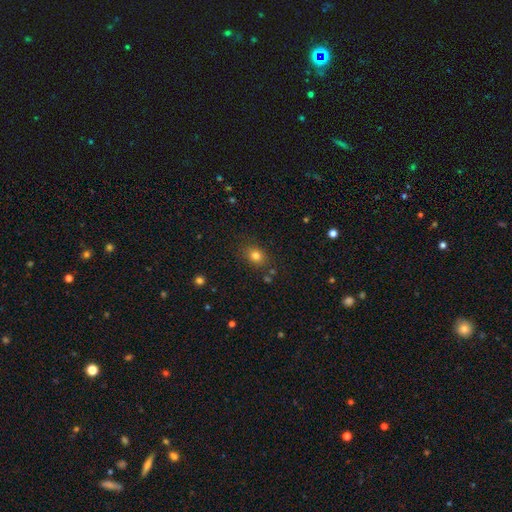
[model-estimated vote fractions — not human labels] The model was most divided on "how rounded": round: 54%, in between: 45%, cigar-shaped: 1%. More confident: merging — none (83%); smooth or featured — smooth (79%).